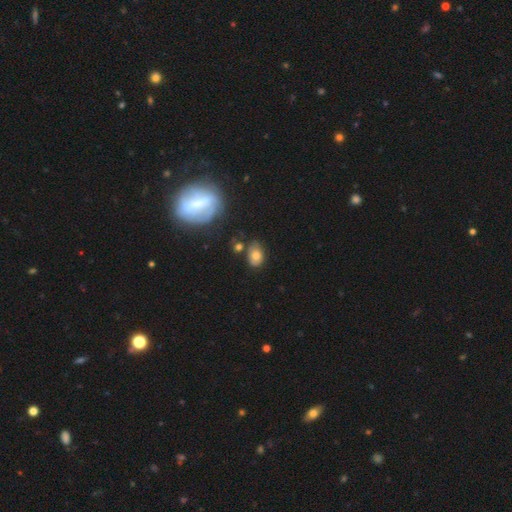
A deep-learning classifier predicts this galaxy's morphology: Q: Smooth or featured?
A: smooth (70%); runner-up: featured or disk (19%)
Q: How rounded?
A: in between (78%); runner-up: round (20%)
Q: Merging?
A: none (62%); runner-up: minor disturbance (23%)